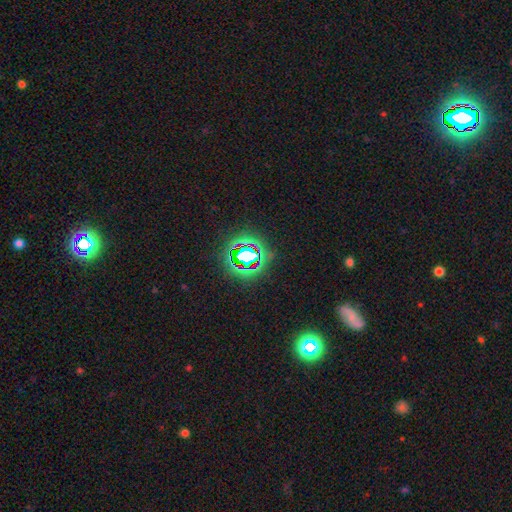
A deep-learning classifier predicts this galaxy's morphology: Overall: star or artifact (78%).